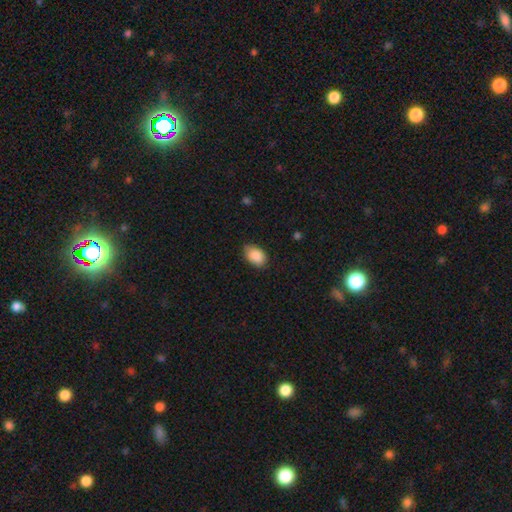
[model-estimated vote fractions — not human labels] smooth 89%, star or artifact 7%, featured or disk 4%. Down the decision tree: how rounded — in between (86%); merging — none (76%).